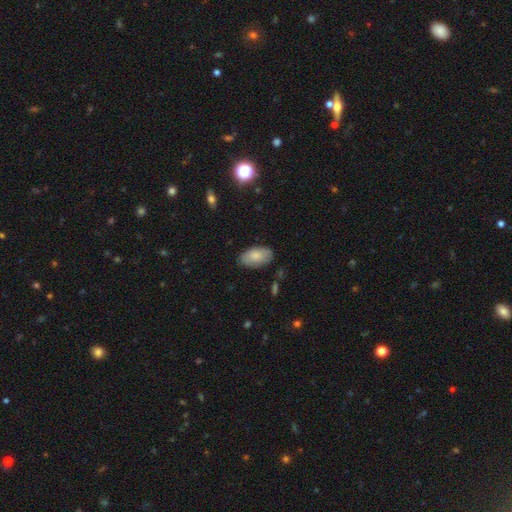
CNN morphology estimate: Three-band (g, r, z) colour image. It shows a smooth galaxy with no disk features (79%) that is in between round and cigar-shaped (94%). Merging: none (81%).